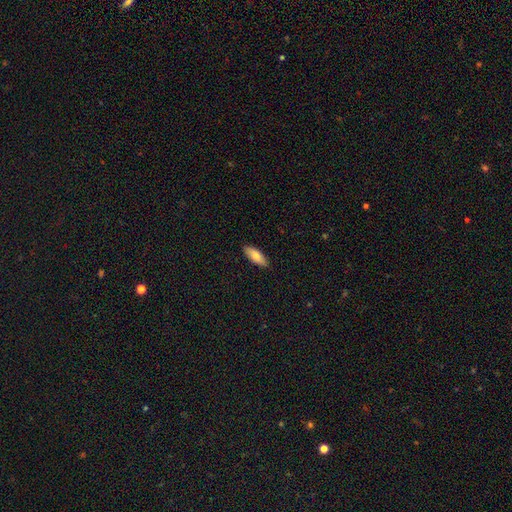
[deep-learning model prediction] The model was most divided on "how rounded": in between: 71%, cigar-shaped: 27%, round: 2%. More confident: merging — none (89%); smooth or featured — smooth (80%).